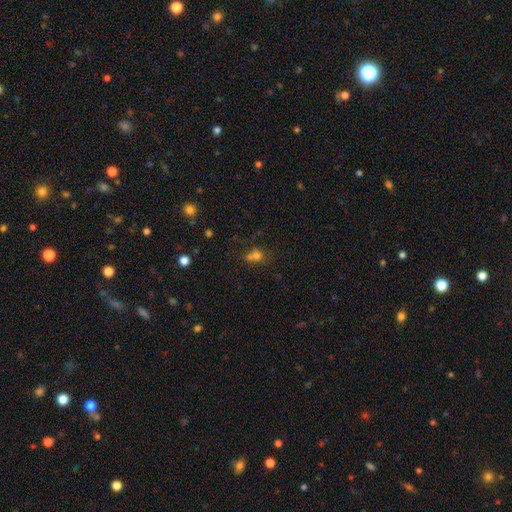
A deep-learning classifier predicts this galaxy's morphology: type=smooth (69%); roundness=round (77%); merging=merger (48%).